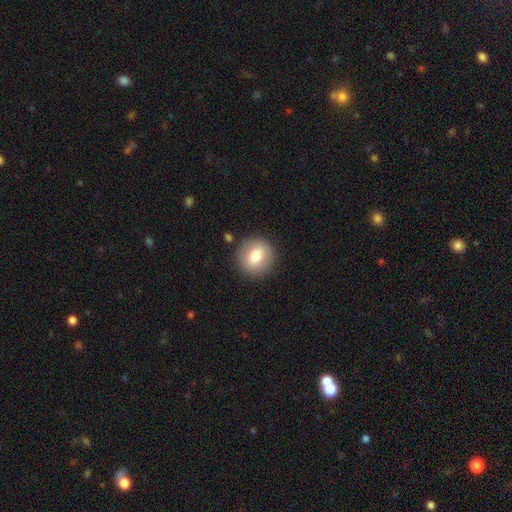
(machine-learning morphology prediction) Smooth or featured?
  - smooth: 76% *
  - featured or disk: 16%
  - star or artifact: 8%
How rounded?
  - round: 89% *
  - in between: 10%
  - cigar-shaped: 1%
Merging?
  - none: 89% *
  - minor disturbance: 7%
  - major disturbance: 2%
  - merger: 2%